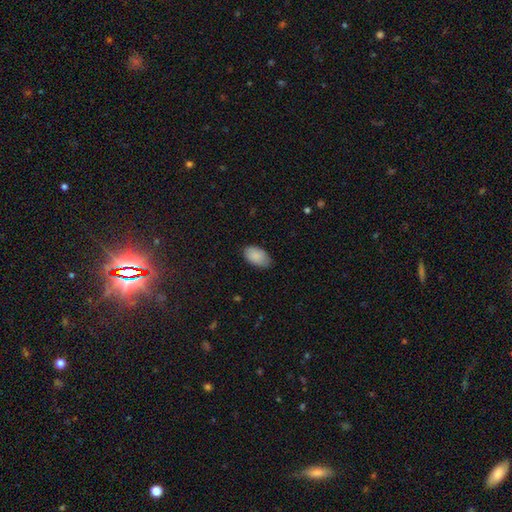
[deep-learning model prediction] A smooth galaxy with no disk features (89%) that is in between round and cigar-shaped (94%). Merging: none (77%).